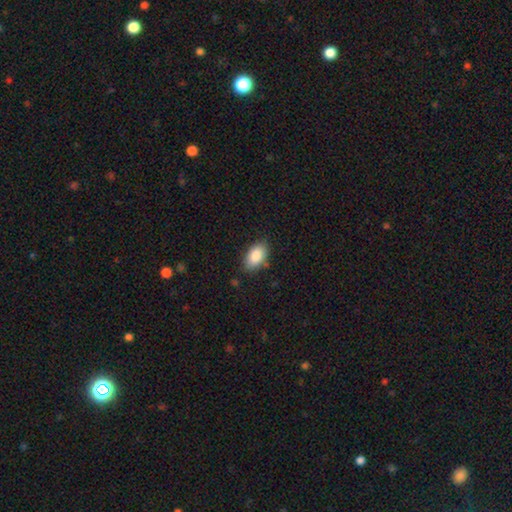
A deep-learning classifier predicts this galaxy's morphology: This is clearly a smooth galaxy (87%). How rounded: clearly in between (93%). Merging: clearly none (83%).